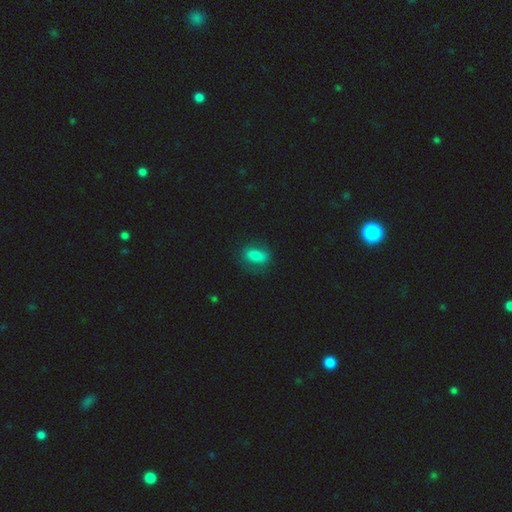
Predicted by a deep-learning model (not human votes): smooth 73%, featured or disk 17%, star or artifact 10%. Down the decision tree: how rounded — in between (80%); merging — none (71%).